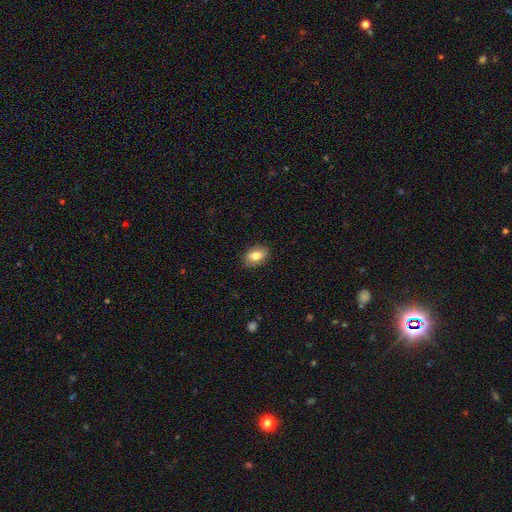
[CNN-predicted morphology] Q: Smooth or featured?
A: smooth (79%); runner-up: featured or disk (13%)
Q: How rounded?
A: in between (86%); runner-up: round (13%)
Q: Merging?
A: none (87%); runner-up: minor disturbance (10%)